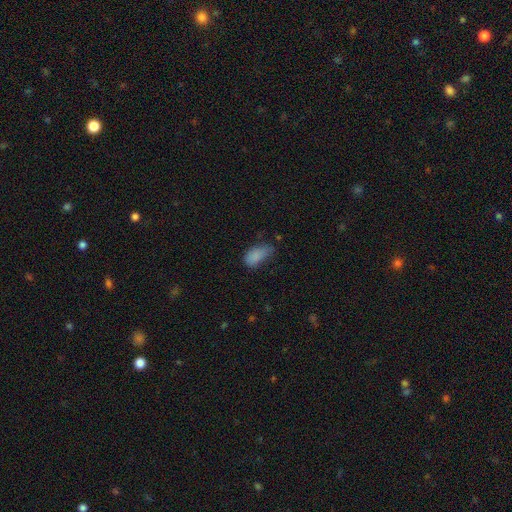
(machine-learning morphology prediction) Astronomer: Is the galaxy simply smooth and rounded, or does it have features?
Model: smooth — 82%.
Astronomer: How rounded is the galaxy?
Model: in between — 91%.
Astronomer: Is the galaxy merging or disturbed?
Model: minor disturbance — 40% (runner-up: none, 38%).